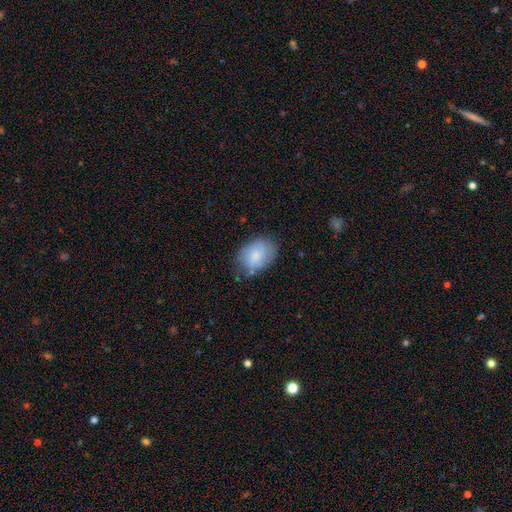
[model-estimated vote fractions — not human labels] smooth_or_featured: smooth (p=0.77) [alt: featured or disk p=0.16]
how_rounded: in between (p=0.80) [alt: round p=0.19]
merging: none (p=0.70) [alt: minor disturbance p=0.22]